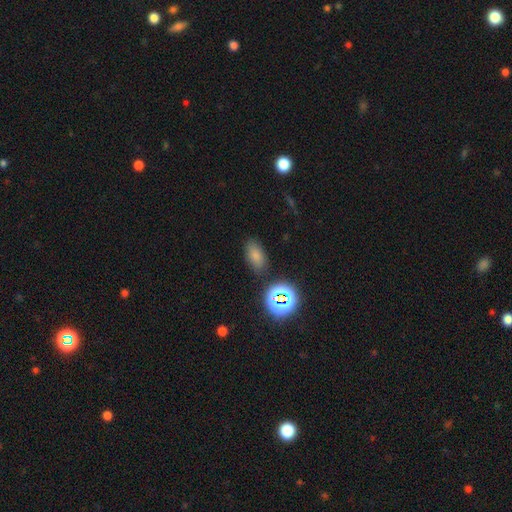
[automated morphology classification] The model was most divided on "smooth or featured": smooth: 73%, star or artifact: 18%, featured or disk: 9%. More confident: how rounded — in between (89%); merging — none (82%).